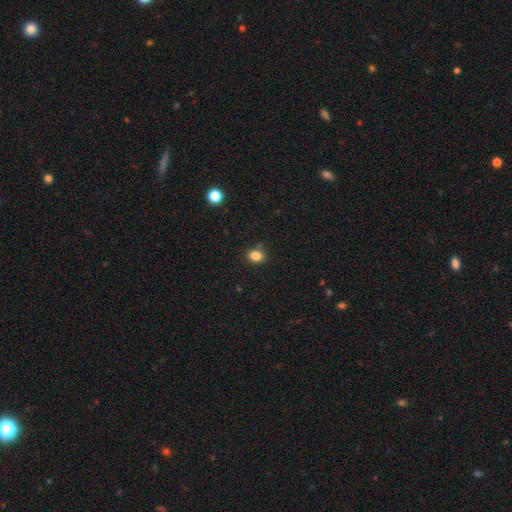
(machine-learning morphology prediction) Smooth or featured?
  - smooth: 83% *
  - star or artifact: 12%
  - featured or disk: 5%
How rounded?
  - round: 51% *
  - in between: 48%
  - cigar-shaped: 1%
Merging?
  - none: 81% *
  - minor disturbance: 13%
  - merger: 3%
  - major disturbance: 3%